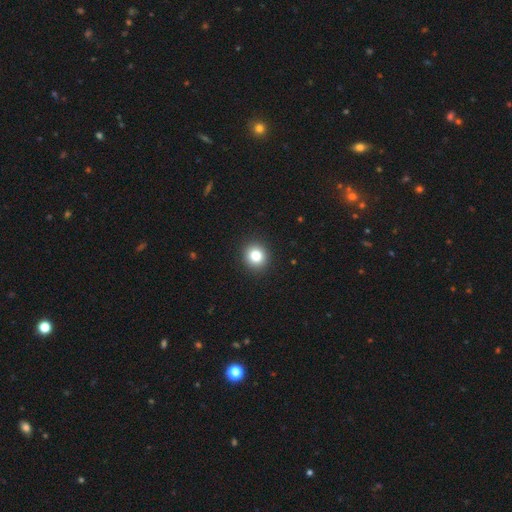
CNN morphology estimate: A smooth galaxy with no disk features (83%) that is round (89%). Merging: none (92%).